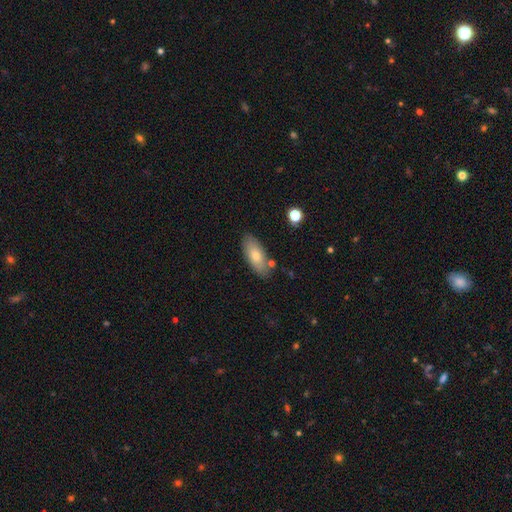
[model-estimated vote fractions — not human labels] Smooth or featured: smooth — 71% (featured or disk — 22%)
How rounded: in between — 82% (cigar-shaped — 15%)
Merging: none — 83% (minor disturbance — 11%)